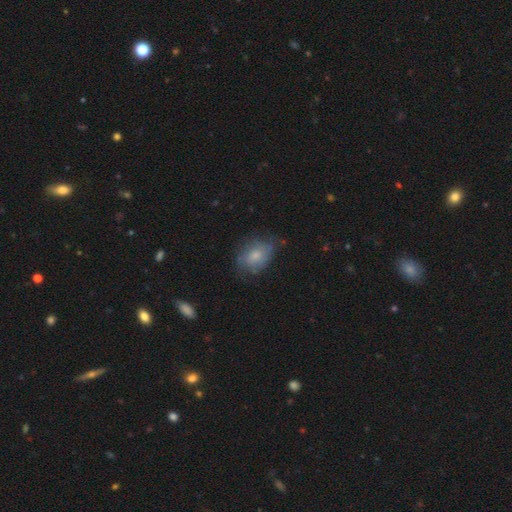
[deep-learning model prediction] Smooth or featured: smooth — 68% (featured or disk — 23%)
How rounded: in between — 73% (round — 26%)
Merging: none — 59% (minor disturbance — 29%)